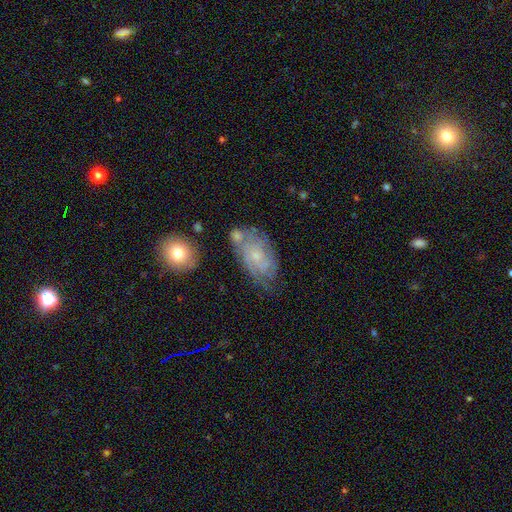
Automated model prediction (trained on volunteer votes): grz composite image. It shows a featured or disk galaxy (66%) with no bar (75%), tight (61%) spiral arms (84%) and a small central bulge (68%). Merging: none (56%).